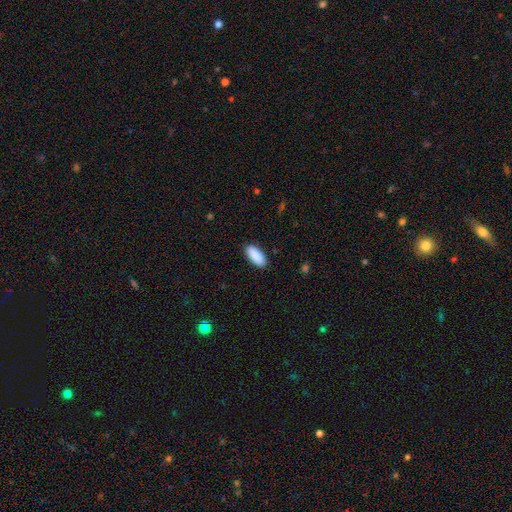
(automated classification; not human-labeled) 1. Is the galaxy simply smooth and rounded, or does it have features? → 90% smooth, 6% star or artifact, 4% featured or disk.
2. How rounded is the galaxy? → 83% in between, 16% cigar-shaped, 2% round.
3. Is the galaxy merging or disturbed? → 88% none, 9% minor disturbance, 2% major disturbance, 1% merger.